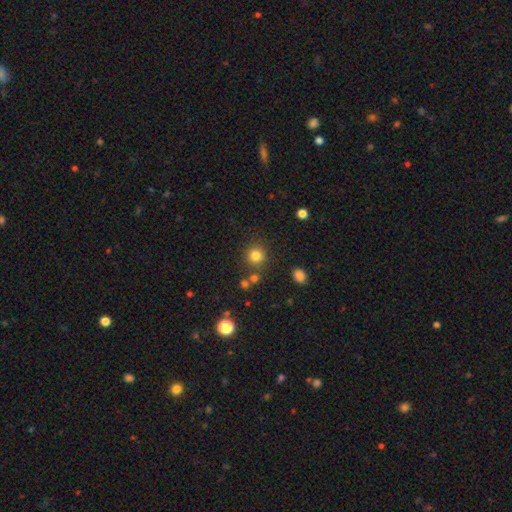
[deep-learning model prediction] smooth_or_featured: smooth (p=0.80) [alt: star or artifact p=0.14]
how_rounded: round (p=0.92) [alt: in between p=0.07]
merging: none (p=0.83) [alt: minor disturbance p=0.08]